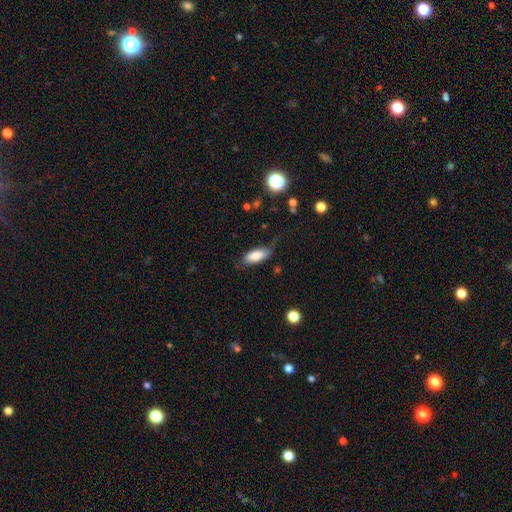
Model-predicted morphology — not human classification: This is clearly a smooth galaxy (81%). How rounded: clearly in between (82%). Merging: likely none (63%).